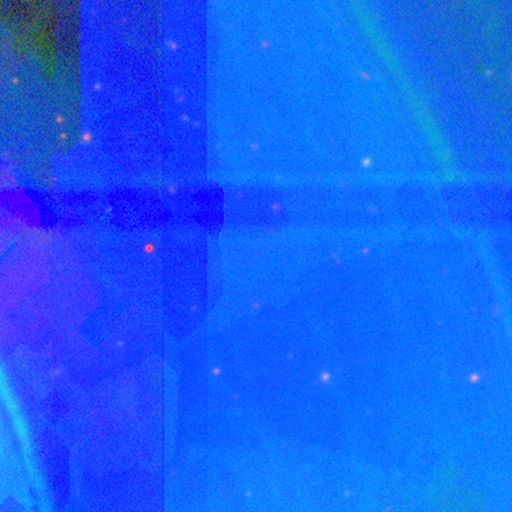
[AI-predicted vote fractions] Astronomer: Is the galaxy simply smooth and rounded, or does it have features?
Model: star or artifact — 85%.